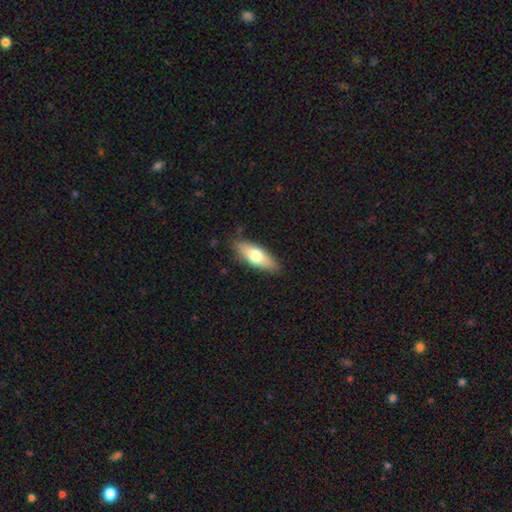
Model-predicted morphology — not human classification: The model was most divided on "how rounded": in between: 65%, cigar-shaped: 32%, round: 2%. More confident: merging — none (85%); smooth or featured — smooth (68%).